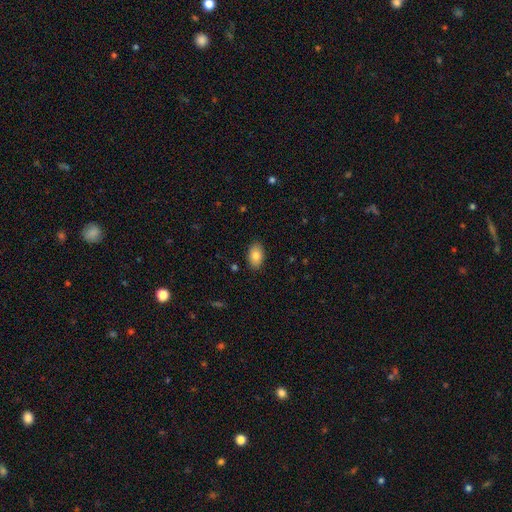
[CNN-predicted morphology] Q: Smooth or featured?
A: smooth (83%); runner-up: featured or disk (10%)
Q: How rounded?
A: in between (91%); runner-up: round (7%)
Q: Merging?
A: none (88%); runner-up: minor disturbance (9%)